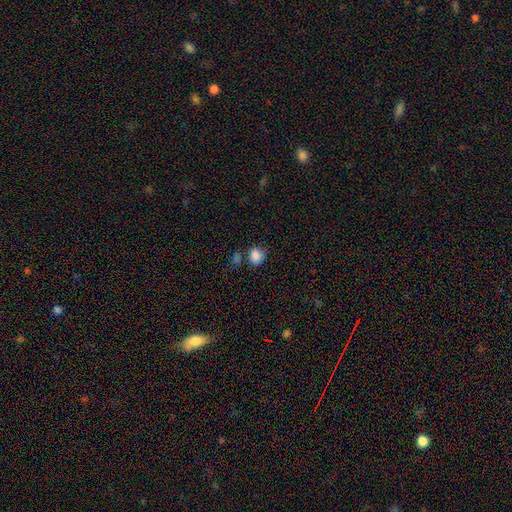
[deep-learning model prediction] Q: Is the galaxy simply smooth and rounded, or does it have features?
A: smooth — 84%.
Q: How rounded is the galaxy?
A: round — 61%.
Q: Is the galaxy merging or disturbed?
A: none — 62%.